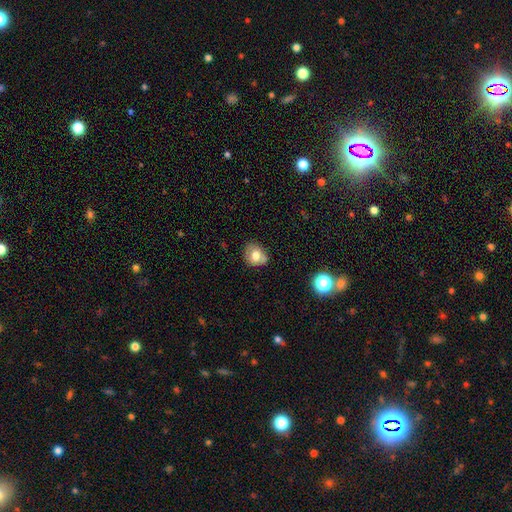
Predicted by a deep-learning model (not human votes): Overall: smooth (71%). How rounded: round (67%; in between 32%). Merging: none (60%; minor disturbance 21%).